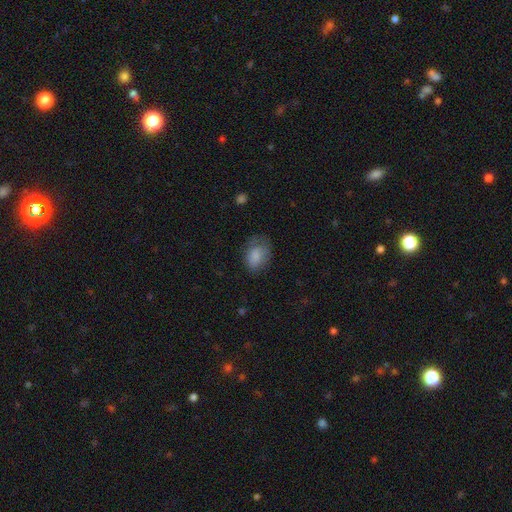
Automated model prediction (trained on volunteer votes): Smooth or featured? smooth (80%)
How rounded? in between (78%)
Merging? none (55%)